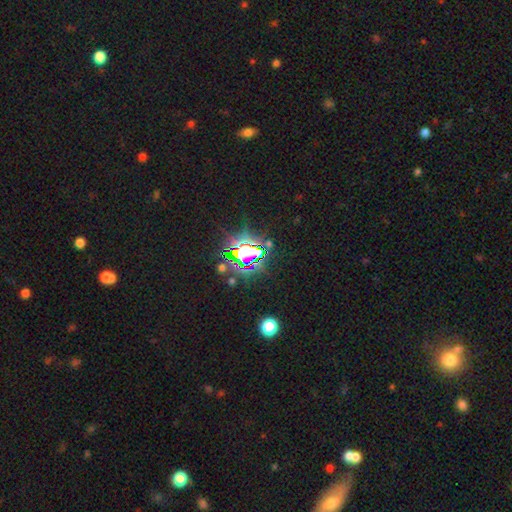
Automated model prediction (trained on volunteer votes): A star or artifact, not a galaxy (80%).